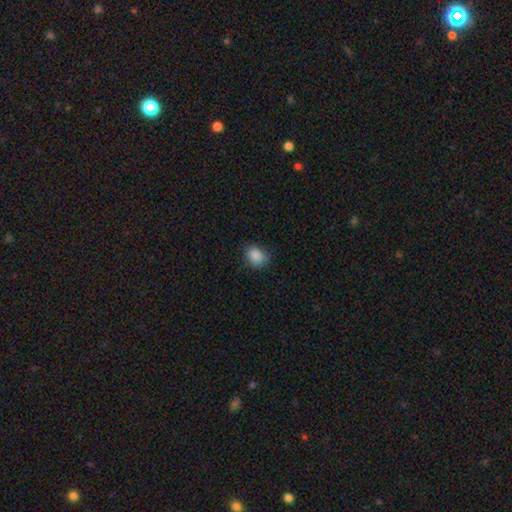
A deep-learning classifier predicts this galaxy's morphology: smooth 87%, star or artifact 9%, featured or disk 4%. Down the decision tree: how rounded — round (50%); merging — none (75%).